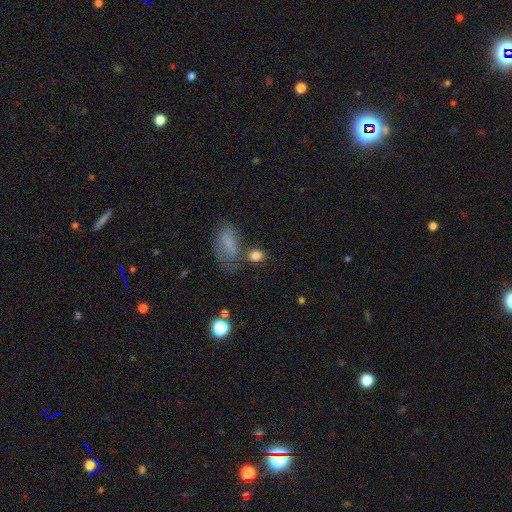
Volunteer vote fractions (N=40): This is clearly a smooth galaxy (85%). How rounded: possibly round (56%). Merging: possibly none (50%).